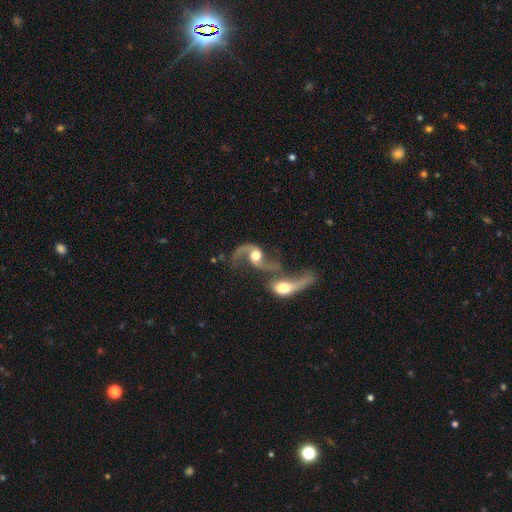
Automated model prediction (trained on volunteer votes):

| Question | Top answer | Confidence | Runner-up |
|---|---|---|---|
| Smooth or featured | featured or disk | 86% | smooth (9%) |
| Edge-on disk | no | 96% | yes (4%) |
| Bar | no | 58% | weak (31%) |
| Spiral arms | yes | 94% | no (6%) |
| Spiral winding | loose | 73% | medium (22%) |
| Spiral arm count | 2 | 90% | 1 (5%) |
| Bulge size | moderate | 58% | large (28%) |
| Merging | merger | 59% | none (22%) |